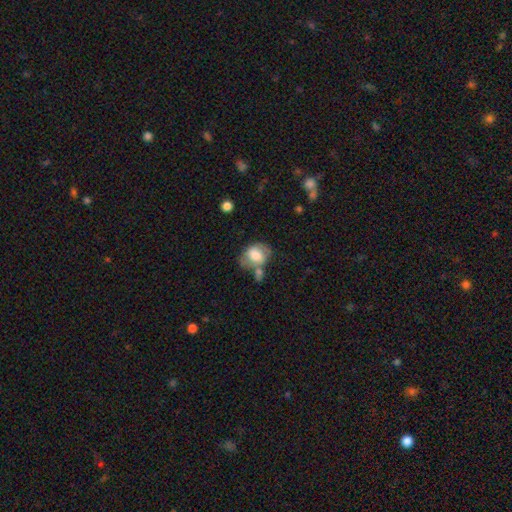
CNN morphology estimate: smooth-or-featured: smooth: 63% | featured or disk: 30% | star or artifact: 7%
  how-rounded: in between: 60% | round: 39% | cigar-shaped: 1%
  merging: none: 39% | merger: 27% | minor disturbance: 22% | major disturbance: 12%